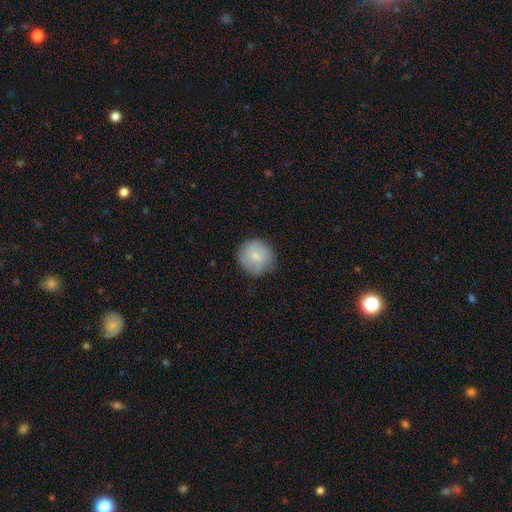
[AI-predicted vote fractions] Morphology: type=smooth (73%); roundness=round (92%); merging=none (73%).